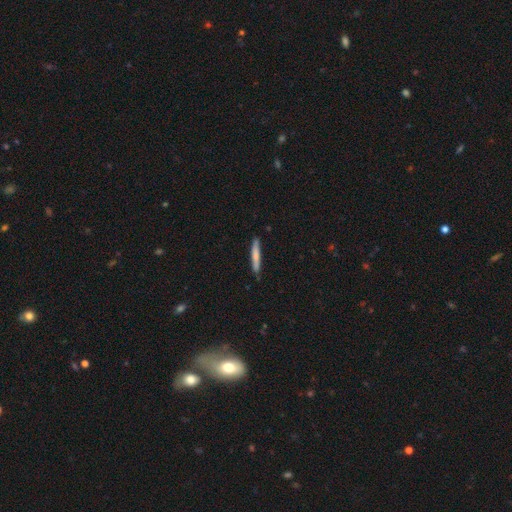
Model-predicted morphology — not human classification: smooth_or_featured: smooth (p=0.70) [alt: featured or disk p=0.25]
how_rounded: cigar-shaped (p=0.95) [alt: in between p=0.04]
merging: none (p=0.87) [alt: minor disturbance p=0.10]